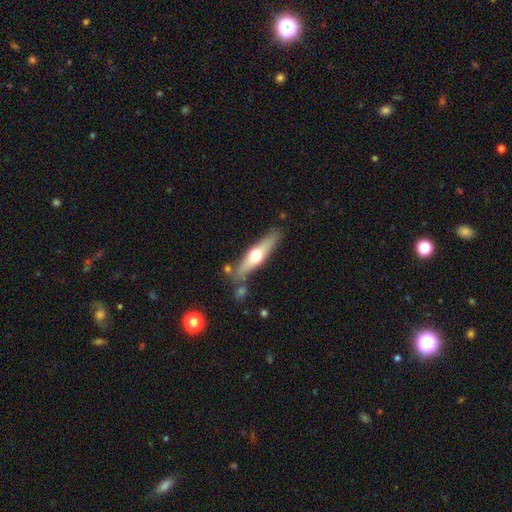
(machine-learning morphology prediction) Overall: featured or disk (50%; smooth 44%). Edge-on disk: yes (89%). Merging: none (79%).